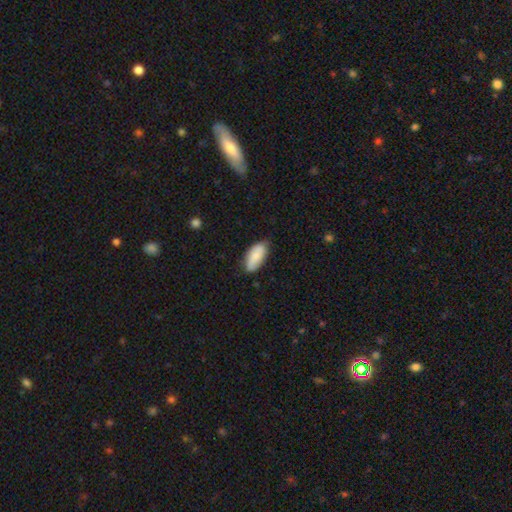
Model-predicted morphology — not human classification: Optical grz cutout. It shows a smooth galaxy with no disk features (82%) that is in between round and cigar-shaped (92%). Merging: none (72%).